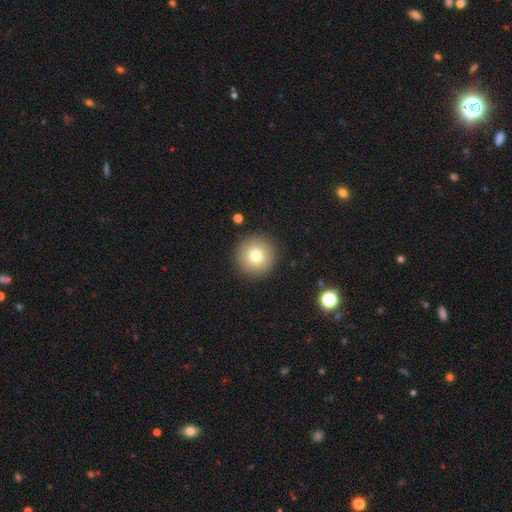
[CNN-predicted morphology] smooth 75%, featured or disk 13%, star or artifact 12%. Down the decision tree: how rounded — round (96%); merging — none (92%).